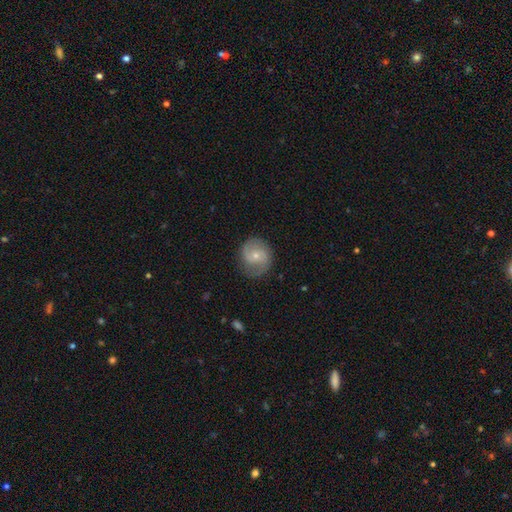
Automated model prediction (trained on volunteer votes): Smooth or featured: featured or disk — 68% (smooth — 26%)
Edge-on disk: no — 98% (yes — 2%)
Bar: no — 60% (weak — 34%)
Spiral arms: yes — 91% (no — 9%)
Spiral winding: medium — 48% (tight — 31%)
Spiral arm count: 2 — 82% (can't tell — 8%)
Bulge size: small — 62% (moderate — 34%)
Merging: none — 77% (minor disturbance — 16%)